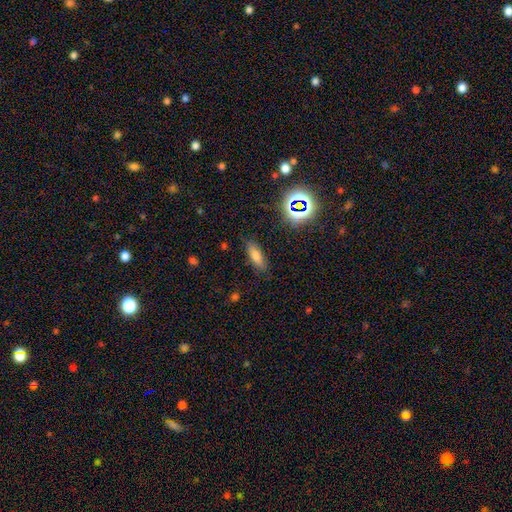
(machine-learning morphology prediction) smooth_or_featured: smooth (p=0.68) [alt: featured or disk p=0.16]
how_rounded: in between (p=0.56) [alt: cigar-shaped p=0.40]
merging: none (p=0.83) [alt: minor disturbance p=0.12]